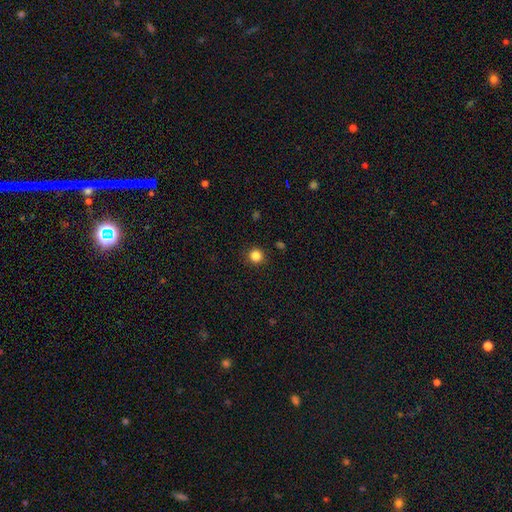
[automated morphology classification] smooth 84%, star or artifact 12%, featured or disk 4%. Down the decision tree: how rounded — round (94%); merging — none (91%).